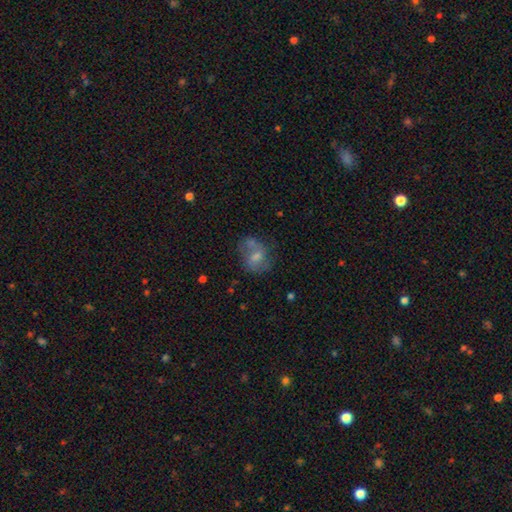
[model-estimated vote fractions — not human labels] Smooth or featured?
  - smooth: 52% *
  - featured or disk: 38%
  - star or artifact: 11%
How rounded?
  - in between: 55% *
  - round: 44%
  - cigar-shaped: 1%
Merging?
  - none: 40% *
  - merger: 23%
  - minor disturbance: 21%
  - major disturbance: 16%